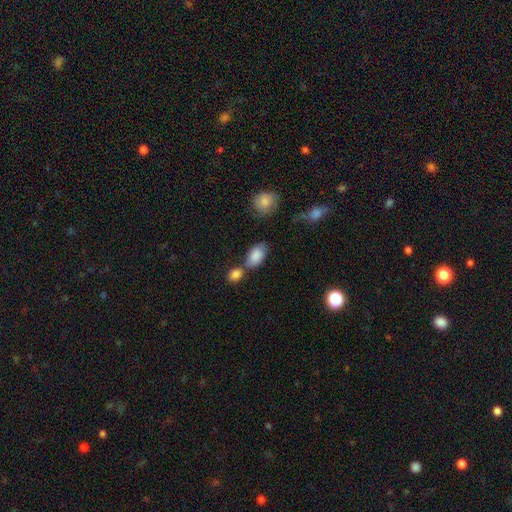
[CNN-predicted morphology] This appears to be a smooth galaxy with no disk features (85%) that is in between round and cigar-shaped (92%). Merging: none (42%).